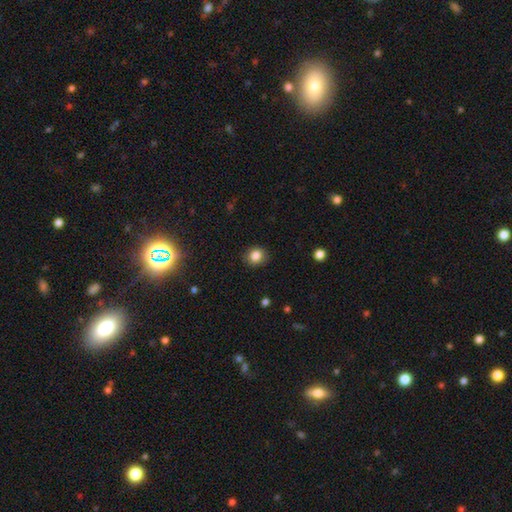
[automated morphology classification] type=smooth (84%); roundness=round (75%); merging=none (89%).